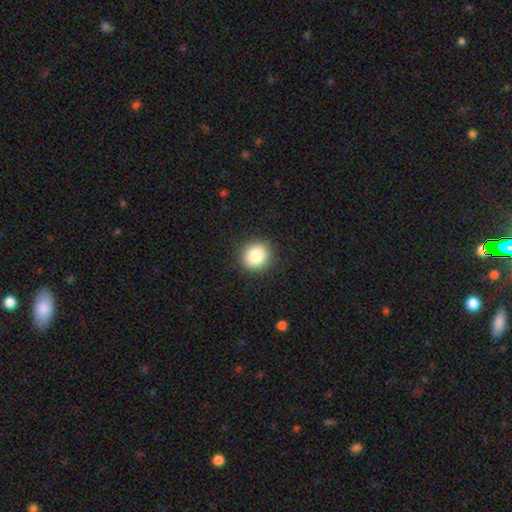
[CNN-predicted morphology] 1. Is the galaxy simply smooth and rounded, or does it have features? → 86% smooth, 9% star or artifact, 5% featured or disk.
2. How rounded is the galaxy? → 86% round, 13% in between, 1% cigar-shaped.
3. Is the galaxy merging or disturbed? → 91% none, 6% minor disturbance, 2% major disturbance, 1% merger.